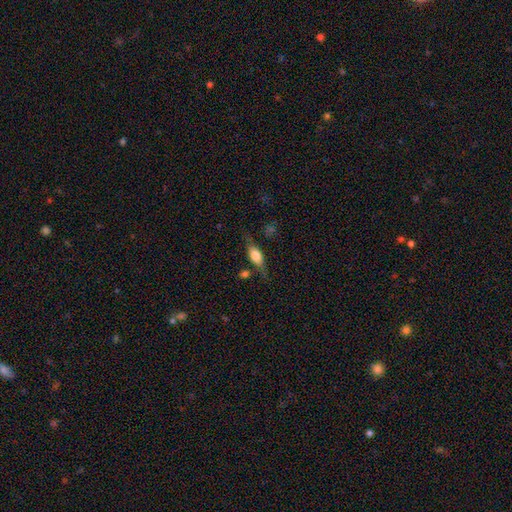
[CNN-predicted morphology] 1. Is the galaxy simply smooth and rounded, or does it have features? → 58% smooth, 35% featured or disk, 7% star or artifact.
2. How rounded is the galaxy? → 70% in between, 25% cigar-shaped, 5% round.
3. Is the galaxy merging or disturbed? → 63% none, 22% minor disturbance, 9% major disturbance, 6% merger.